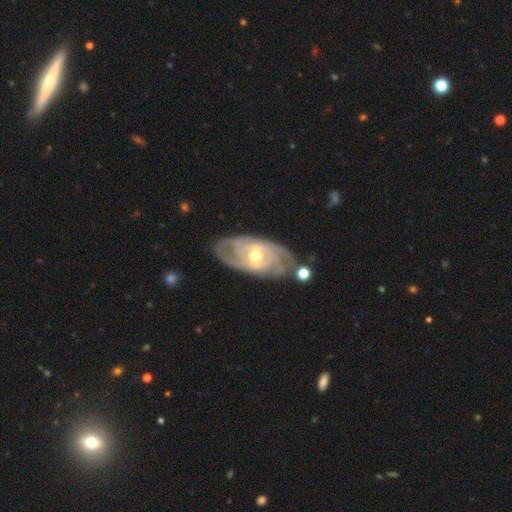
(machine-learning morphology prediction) Overall: featured or disk (87%). Edge-on disk: no (93%). Bar: no (43%; weak 41%). Spiral arms: yes (94%). Spiral arm count: can't tell (33%; 3 23%). Spiral winding: tight (72%). Bulge size: moderate (66%; small 28%). Merging: none (73%).